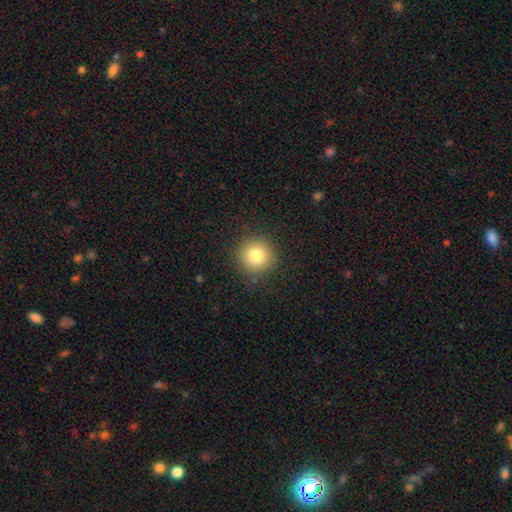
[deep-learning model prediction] Smooth or featured: smooth — 81% (star or artifact — 11%)
How rounded: round — 94% (in between — 5%)
Merging: none — 87% (minor disturbance — 9%)